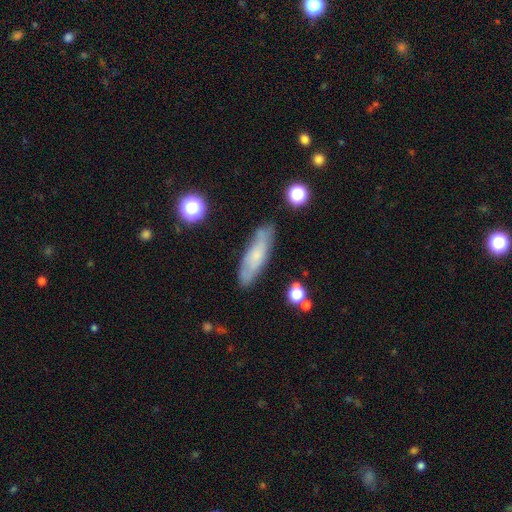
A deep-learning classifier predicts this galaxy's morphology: smooth-or-featured: smooth: 51% | featured or disk: 40% | star or artifact: 8%
  how-rounded: cigar-shaped: 62% | in between: 36% | round: 2%
  merging: none: 79% | minor disturbance: 15% | major disturbance: 4% | merger: 3%